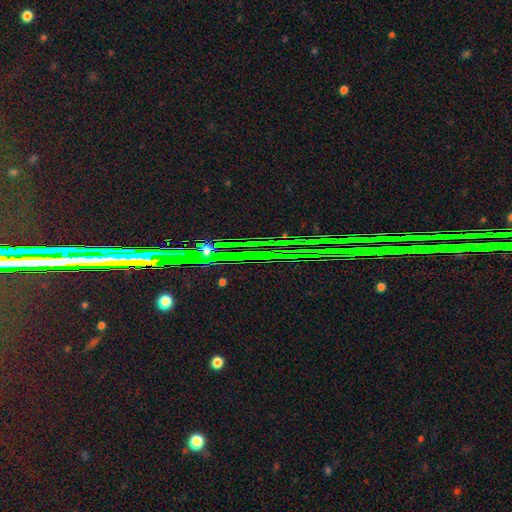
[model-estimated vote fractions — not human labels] star or artifact 69%, smooth 15%, featured or disk 15%.